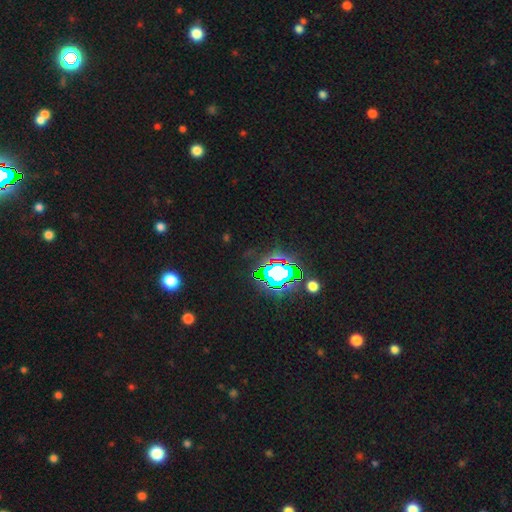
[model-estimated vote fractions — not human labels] smooth-or-featured: star or artifact: 79% | smooth: 13% | featured or disk: 8%